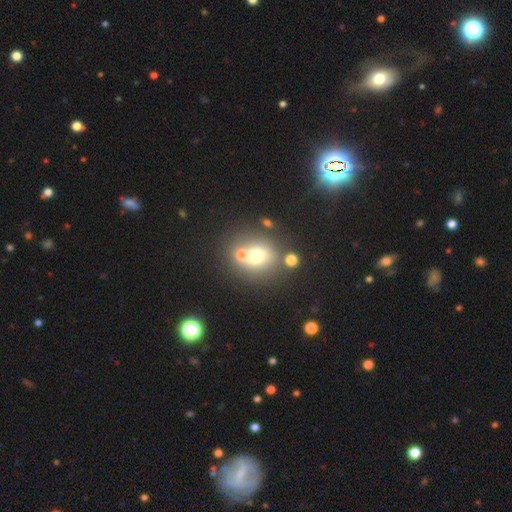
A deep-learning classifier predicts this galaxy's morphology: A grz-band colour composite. It shows a smooth galaxy with no disk features (66%) that is round (76%). Merging: none (54%).